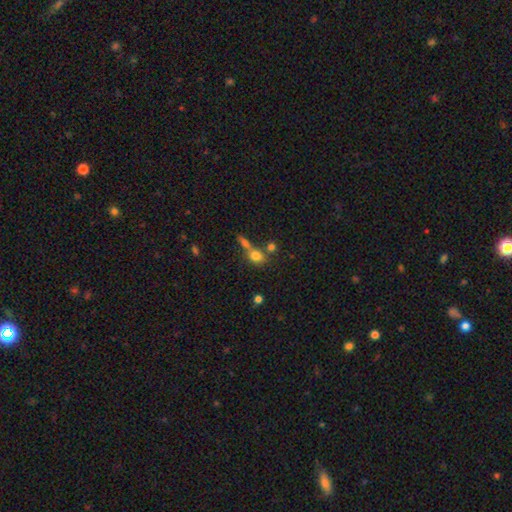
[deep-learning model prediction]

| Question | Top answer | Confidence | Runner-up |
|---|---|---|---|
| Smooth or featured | smooth | 75% | star or artifact (13%) |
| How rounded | in between | 55% | round (41%) |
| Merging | merger | 41% | none (40%) |